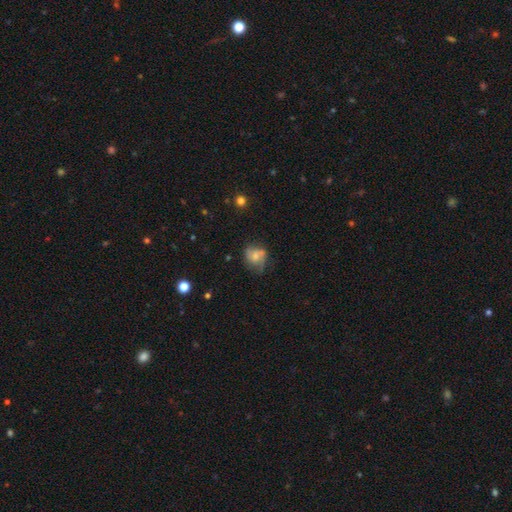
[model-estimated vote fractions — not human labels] smooth 48%, featured or disk 41%, star or artifact 11%. Down the decision tree: merging — none (46%).